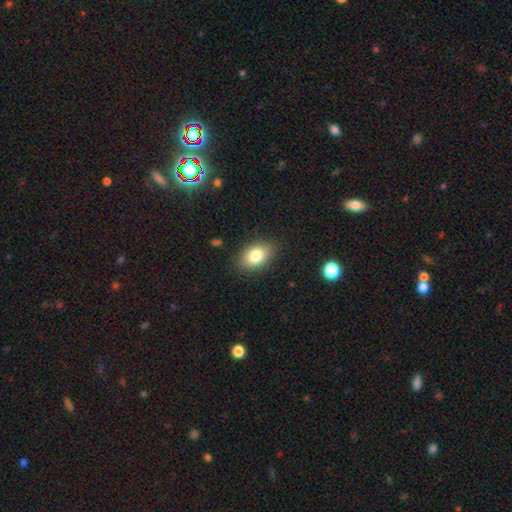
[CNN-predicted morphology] type=smooth (82%); roundness=in between (82%); merging=none (86%).